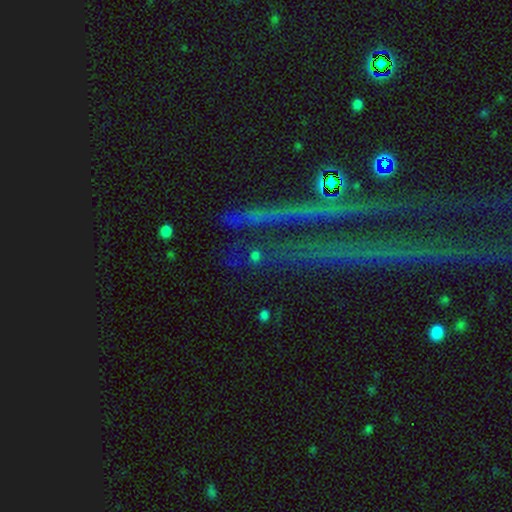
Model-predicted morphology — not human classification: Smooth or featured? Predicted: star or artifact (p=0.56).